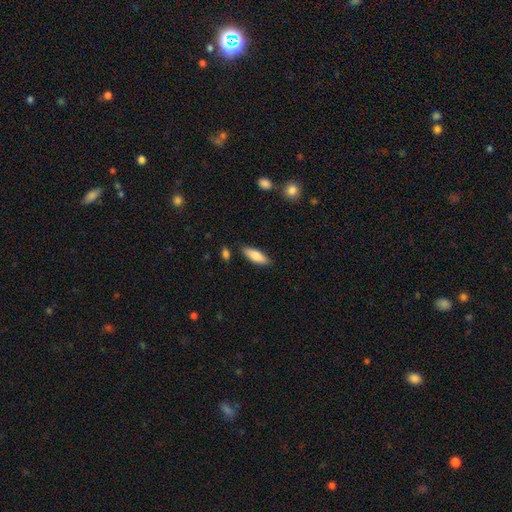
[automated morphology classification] Smooth or featured: smooth — 80% (featured or disk — 14%)
How rounded: in between — 60% (cigar-shaped — 39%)
Merging: none — 84% (minor disturbance — 11%)